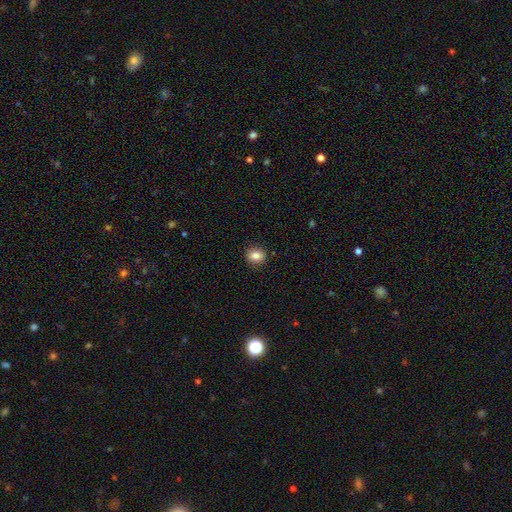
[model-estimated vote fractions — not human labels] Smooth or featured?
  - smooth: 83% *
  - star or artifact: 10%
  - featured or disk: 7%
How rounded?
  - round: 64% *
  - in between: 35%
  - cigar-shaped: 1%
Merging?
  - none: 89% *
  - minor disturbance: 8%
  - major disturbance: 2%
  - merger: 1%